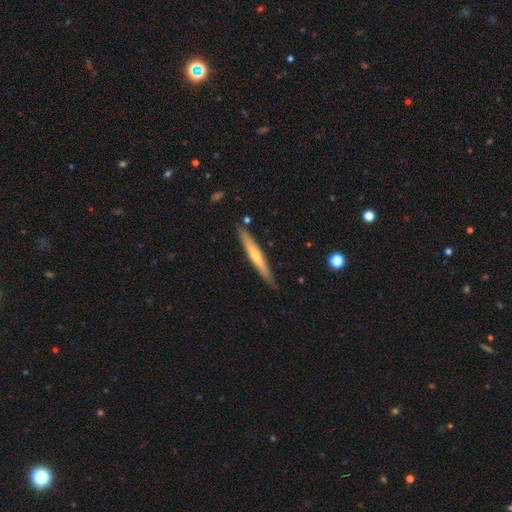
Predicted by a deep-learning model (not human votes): Smooth or featured? Predicted: featured or disk (p=0.55). Edge-on disk? Predicted: yes (p=0.95). Edge-on bulge? Predicted: rounded (p=0.67). Merging? Predicted: none (p=0.86).